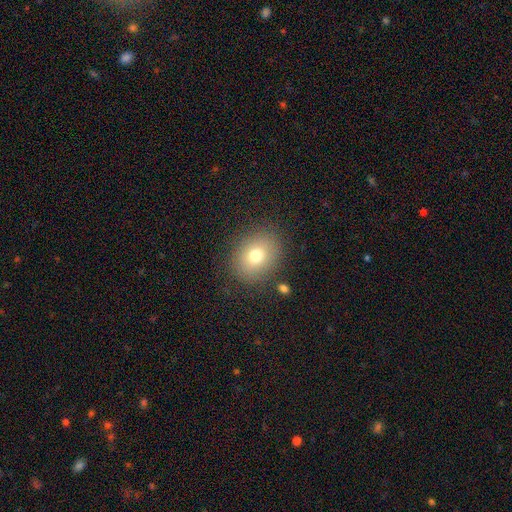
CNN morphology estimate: This appears to be a smooth galaxy with no disk features (75%) that is round (58%). Merging: none (84%).